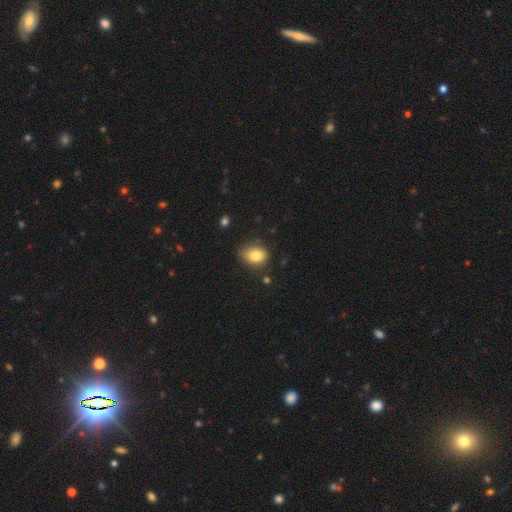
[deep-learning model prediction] This appears to be a smooth galaxy with no disk features (81%) that is in between round and cigar-shaped (68%). Merging: none (69%).